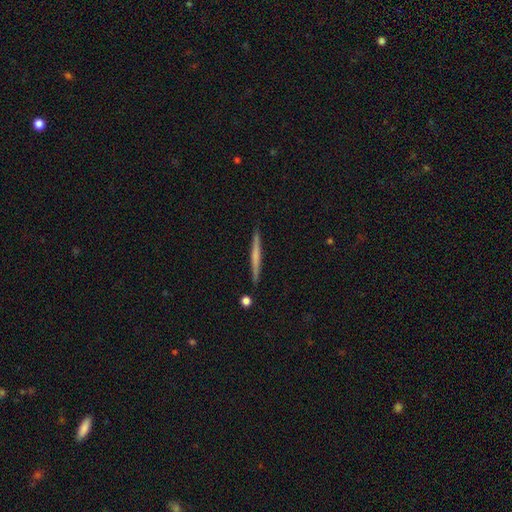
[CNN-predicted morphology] Q: Smooth or featured?
A: smooth (48%); runner-up: featured or disk (46%)
Q: Merging?
A: none (91%); runner-up: minor disturbance (6%)